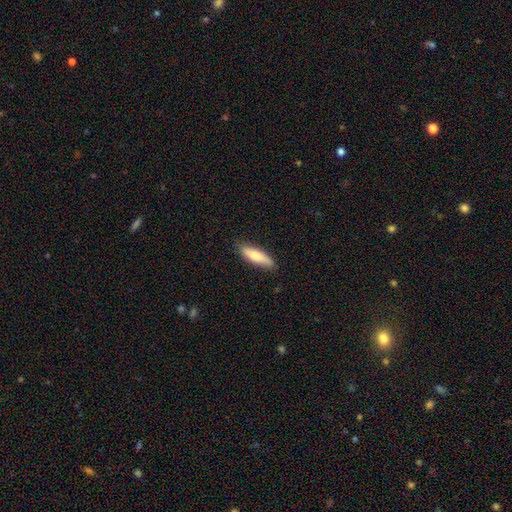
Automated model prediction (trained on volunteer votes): Q: Smooth or featured?
A: smooth (75%); runner-up: featured or disk (20%)
Q: How rounded?
A: cigar-shaped (61%); runner-up: in between (38%)
Q: Merging?
A: none (84%); runner-up: minor disturbance (13%)